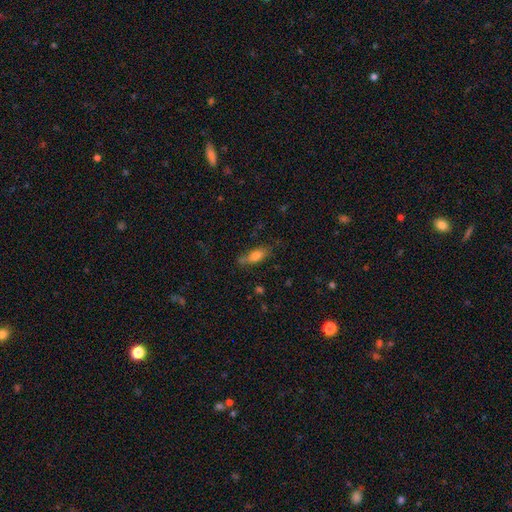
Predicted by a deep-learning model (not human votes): Overall: smooth (74%). How rounded: in between (72%). Merging: none (62%; minor disturbance 22%).